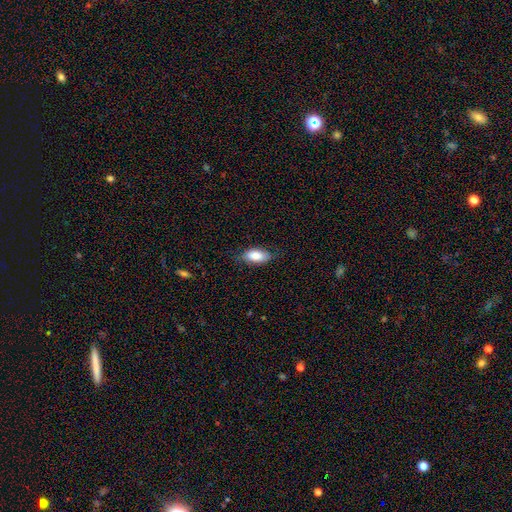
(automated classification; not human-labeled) Q: Smooth or featured?
A: smooth (82%); runner-up: featured or disk (11%)
Q: How rounded?
A: in between (91%); runner-up: cigar-shaped (6%)
Q: Merging?
A: none (75%); runner-up: minor disturbance (19%)